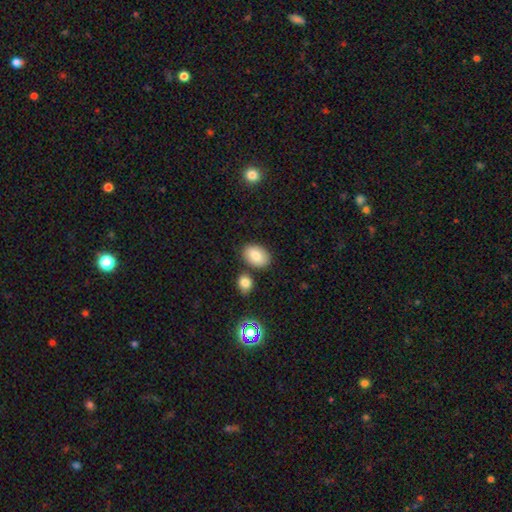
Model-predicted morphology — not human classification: smooth_or_featured: smooth (p=0.83) [alt: featured or disk p=0.08]
how_rounded: in between (p=0.87) [alt: round p=0.12]
merging: none (p=0.79) [alt: minor disturbance p=0.11]